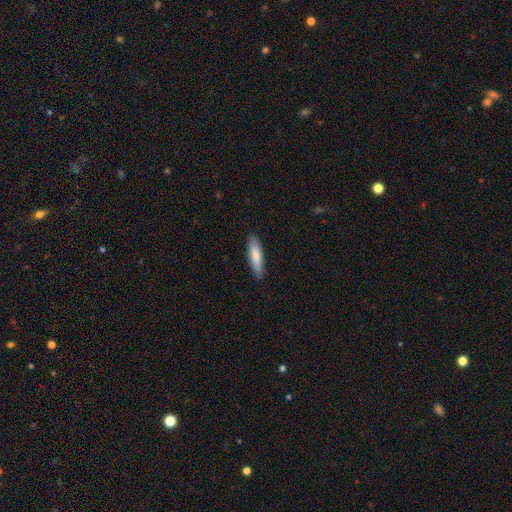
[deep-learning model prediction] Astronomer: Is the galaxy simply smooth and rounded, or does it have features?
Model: smooth — 77%.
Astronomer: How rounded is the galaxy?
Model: cigar-shaped — 73%.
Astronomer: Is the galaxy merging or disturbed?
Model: none — 87%.